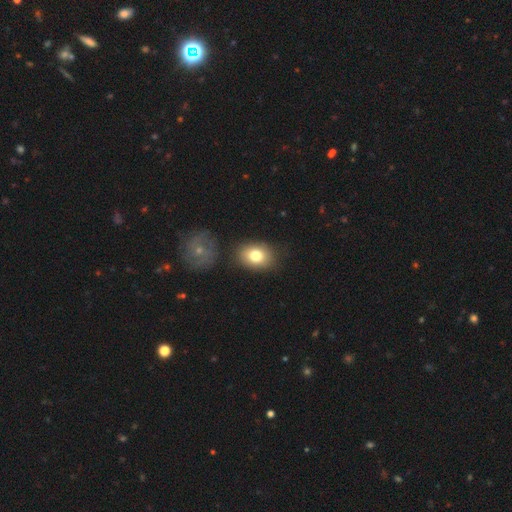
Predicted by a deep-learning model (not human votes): smooth_or_featured: smooth (p=0.78) [alt: featured or disk p=0.13]
how_rounded: in between (p=0.67) [alt: round p=0.32]
merging: none (p=0.80) [alt: minor disturbance p=0.12]